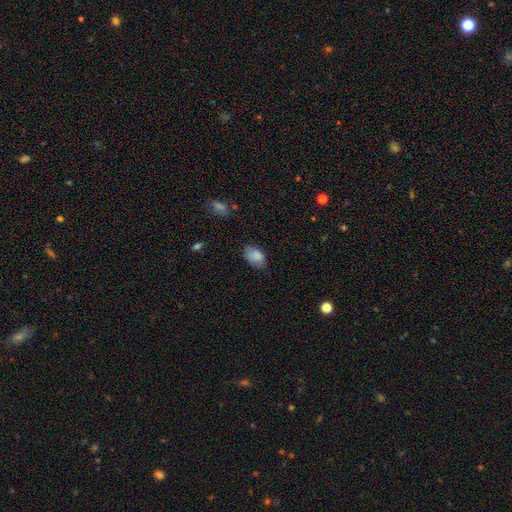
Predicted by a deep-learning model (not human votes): This is clearly a smooth galaxy (85%). How rounded: clearly in between (91%). Merging: likely none (68%).